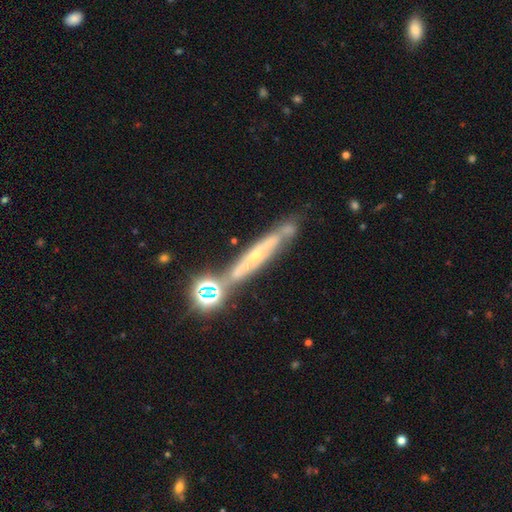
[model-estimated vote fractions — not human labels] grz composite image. It shows a featured or disk galaxy (69%) viewed edge-on (67%). Merging: none (61%).